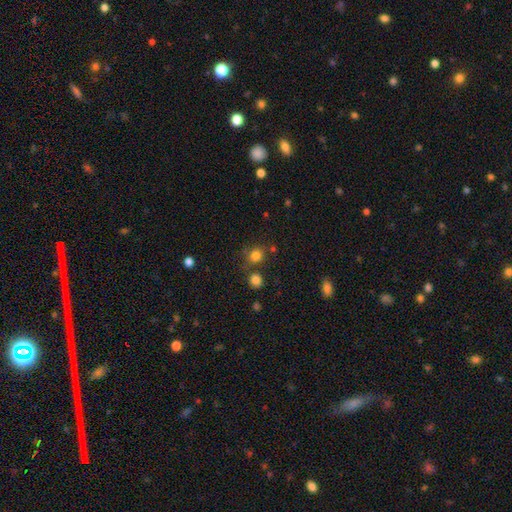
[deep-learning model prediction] Smooth or featured: smooth — 79% (star or artifact — 15%)
How rounded: round — 84% (in between — 15%)
Merging: none — 72% (merger — 12%)